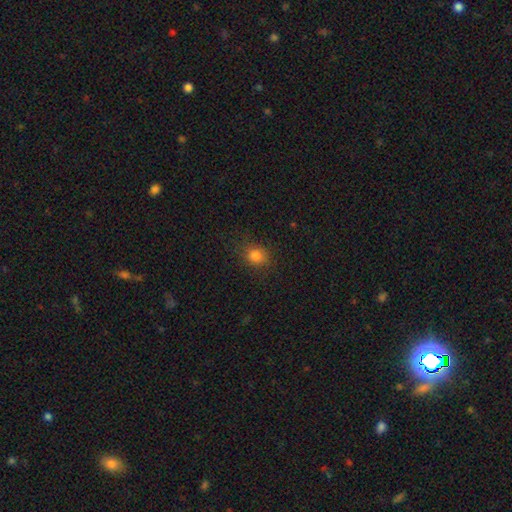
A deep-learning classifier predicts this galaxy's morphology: A smooth galaxy with no disk features (82%) that is round (67%). Merging: none (80%).